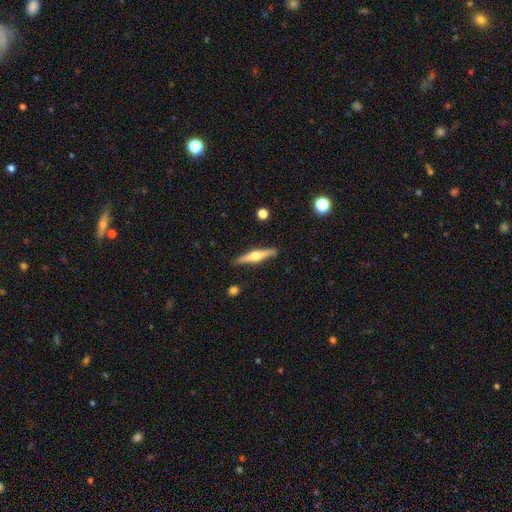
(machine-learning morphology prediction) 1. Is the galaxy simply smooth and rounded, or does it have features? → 72% featured or disk, 23% smooth, 6% star or artifact.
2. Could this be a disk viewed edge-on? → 98% yes, 2% no.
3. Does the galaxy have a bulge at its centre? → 94% rounded, 4% boxy, 2% none.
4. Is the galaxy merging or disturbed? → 90% none, 8% minor disturbance, 2% major disturbance, 1% merger.